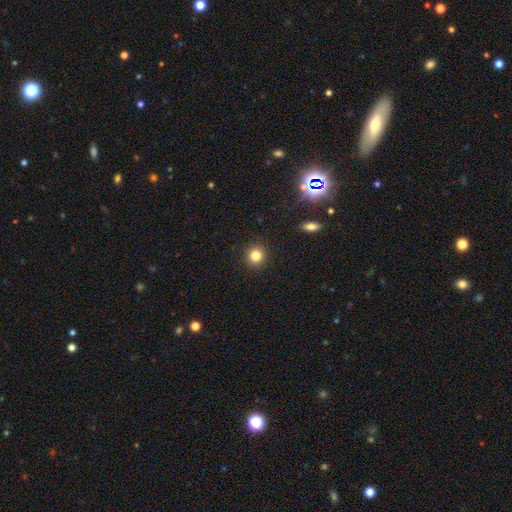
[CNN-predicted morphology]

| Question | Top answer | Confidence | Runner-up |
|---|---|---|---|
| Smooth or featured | smooth | 83% | star or artifact (12%) |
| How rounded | round | 88% | in between (11%) |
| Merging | none | 92% | minor disturbance (5%) |